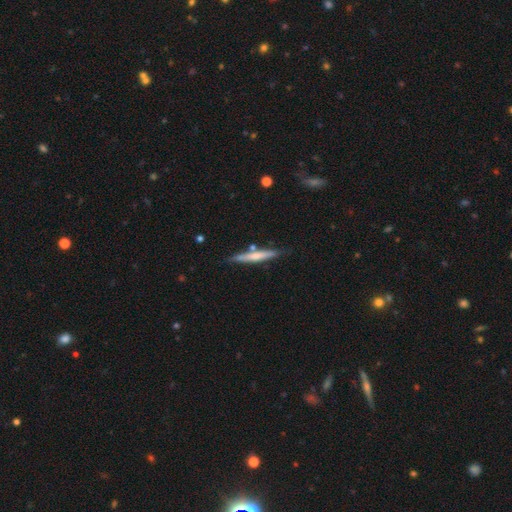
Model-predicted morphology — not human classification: Smooth or featured: smooth — 53% (featured or disk — 42%)
How rounded: cigar-shaped — 94% (in between — 5%)
Merging: none — 76% (minor disturbance — 13%)